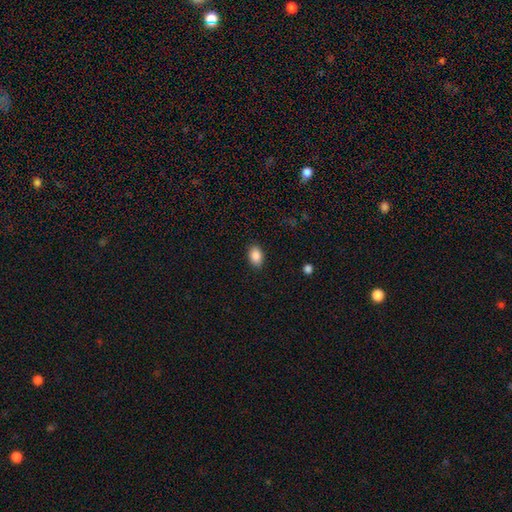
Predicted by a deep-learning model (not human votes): Overall: smooth (88%). How rounded: in between (83%). Merging: none (89%).